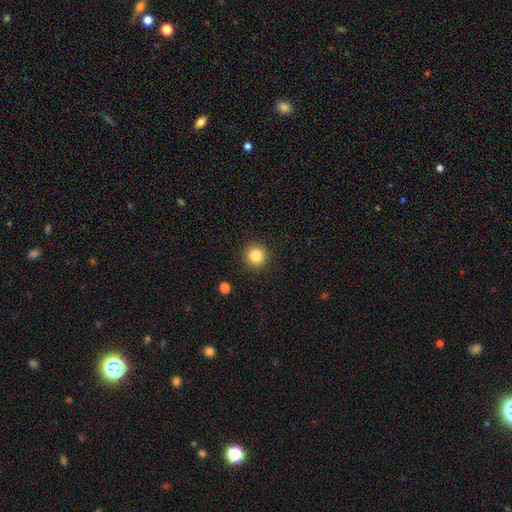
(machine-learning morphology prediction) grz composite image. It shows a smooth galaxy with no disk features (83%) that is round (94%). Merging: none (91%).